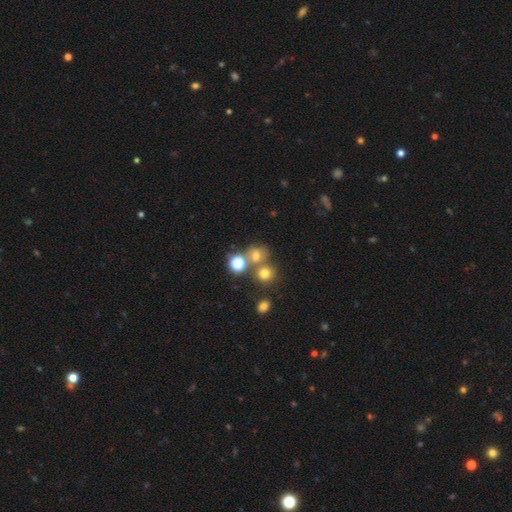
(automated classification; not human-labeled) smooth-or-featured: smooth: 64% | star or artifact: 23% | featured or disk: 12%
  how-rounded: round: 74% | in between: 24% | cigar-shaped: 1%
  merging: none: 55% | merger: 29% | minor disturbance: 10% | major disturbance: 5%